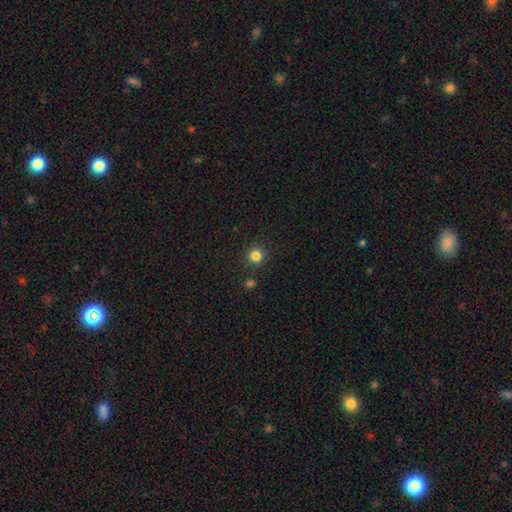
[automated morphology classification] type=smooth (83%); roundness=round (92%); merging=none (86%).